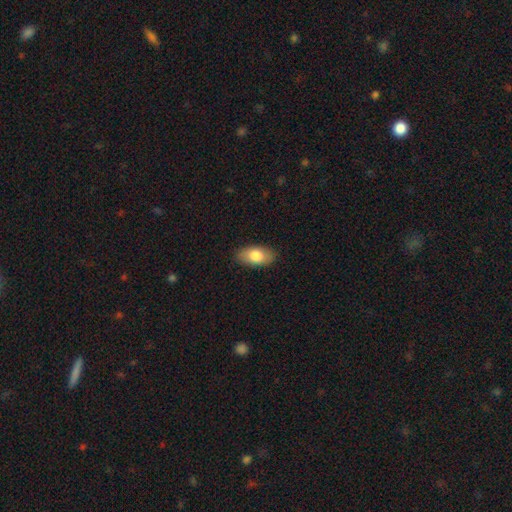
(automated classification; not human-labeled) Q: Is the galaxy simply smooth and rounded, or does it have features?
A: smooth — 79%.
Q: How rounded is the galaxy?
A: in between — 92%.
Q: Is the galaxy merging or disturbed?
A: none — 87%.